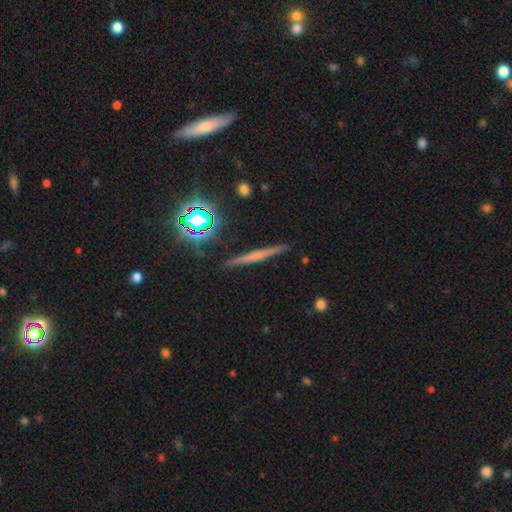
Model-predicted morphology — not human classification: A featured or disk galaxy (49%).

Vote fractions:
- Smooth or featured? featured or disk: 49% / smooth: 35% / star or artifact: 15%
- Merging? none: 90% / minor disturbance: 7% / major disturbance: 2% / merger: 2%